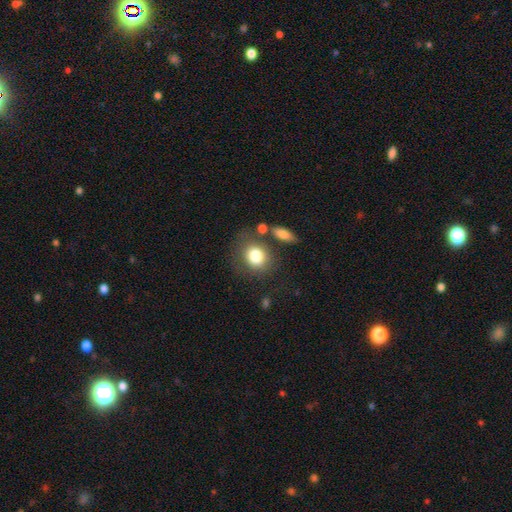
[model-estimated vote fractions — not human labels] smooth-or-featured: smooth: 81% | featured or disk: 11% | star or artifact: 8%
  how-rounded: round: 64% | in between: 35% | cigar-shaped: 1%
  merging: none: 64% | minor disturbance: 17% | merger: 11% | major disturbance: 8%